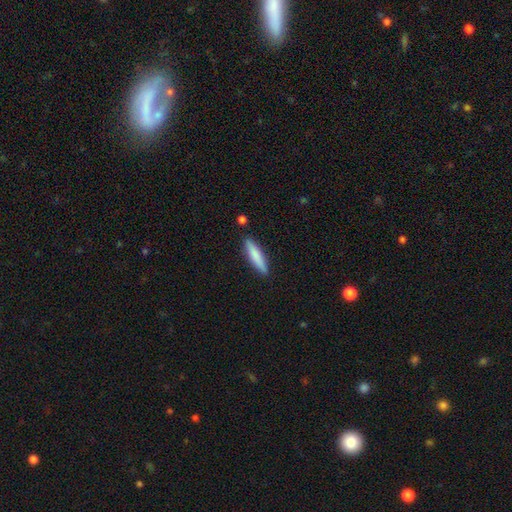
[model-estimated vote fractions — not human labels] Overall: smooth (76%). How rounded: cigar-shaped (83%). Merging: none (87%).